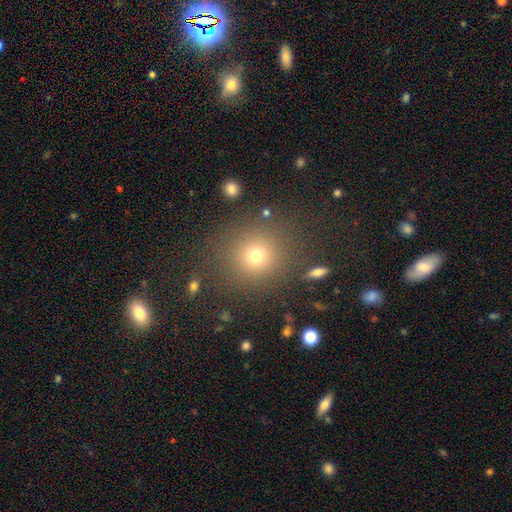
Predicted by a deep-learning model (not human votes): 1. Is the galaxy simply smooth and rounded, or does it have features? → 72% smooth, 19% star or artifact, 9% featured or disk.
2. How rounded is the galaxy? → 87% round, 11% in between, 1% cigar-shaped.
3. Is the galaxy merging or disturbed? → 85% none, 8% minor disturbance, 4% major disturbance, 3% merger.